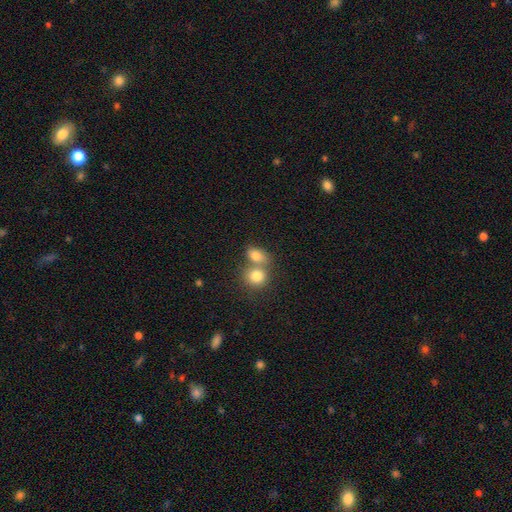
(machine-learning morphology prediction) This appears to be a smooth galaxy with no disk features (80%) that is in between round and cigar-shaped (55%). Merging: merger (53%).